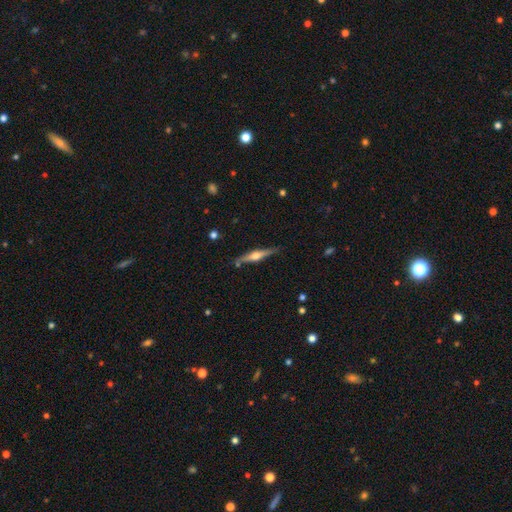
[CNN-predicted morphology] A featured or disk galaxy (71%) viewed edge-on (97%) with a rounded central bulge (90%).

Vote fractions:
- Smooth or featured? featured or disk: 71% / smooth: 23% / star or artifact: 6%
- Edge-on disk? yes: 97% / no: 3%
- Edge-on bulge? rounded: 90% / boxy: 7% / none: 3%
- Merging? none: 83% / minor disturbance: 11% / merger: 4% / major disturbance: 2%